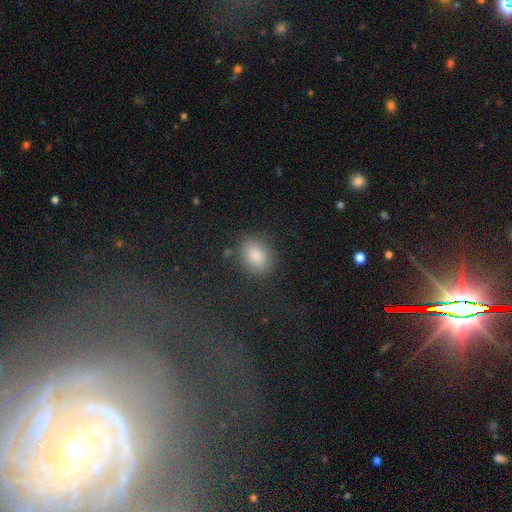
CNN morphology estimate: Q: Smooth or featured?
A: smooth (84%); runner-up: star or artifact (10%)
Q: How rounded?
A: in between (69%); runner-up: round (30%)
Q: Merging?
A: none (80%); runner-up: minor disturbance (12%)